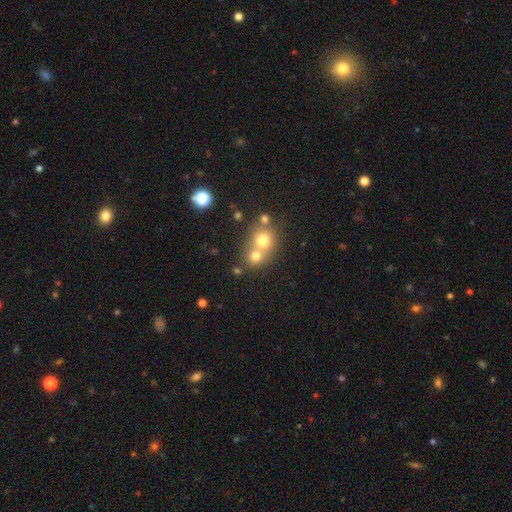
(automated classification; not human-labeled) A smooth galaxy with no disk features (71%) that is round (79%).

Vote fractions:
- Smooth or featured? smooth: 71% / featured or disk: 15% / star or artifact: 14%
- How rounded? round: 79% / in between: 20% / cigar-shaped: 1%
- Merging? merger: 56% / none: 36% / minor disturbance: 6% / major disturbance: 3%